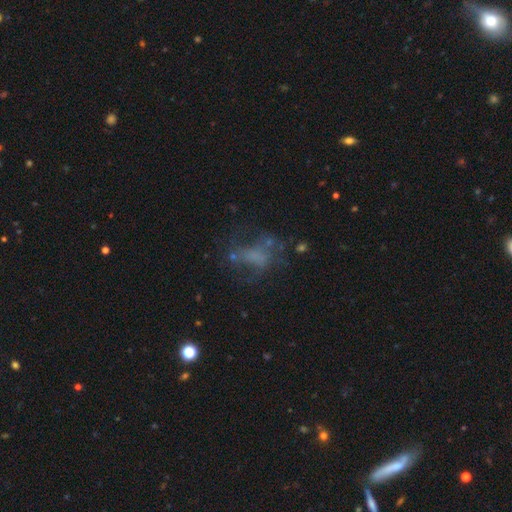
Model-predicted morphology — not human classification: A featured or disk galaxy (44%).

Vote fractions:
- Smooth or featured? featured or disk: 44% / smooth: 32% / star or artifact: 24%
- Merging? none: 45% / major disturbance: 31% / minor disturbance: 18% / merger: 6%